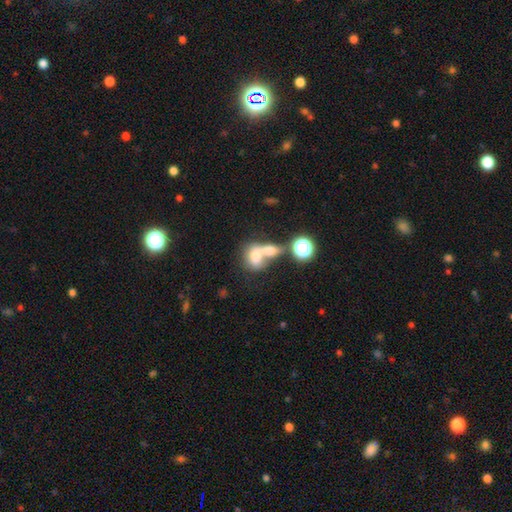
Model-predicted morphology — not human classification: This is likely a smooth galaxy (67%). How rounded: likely in between (63%). Merging: likely merger (67%).